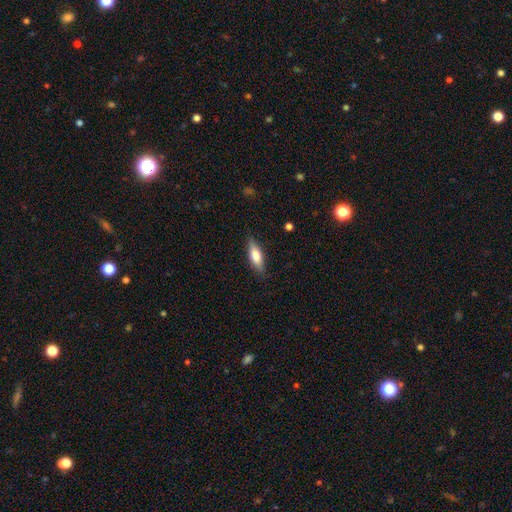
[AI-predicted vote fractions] smooth 71%, featured or disk 23%, star or artifact 6%. Down the decision tree: how rounded — in between (58%); merging — none (84%).